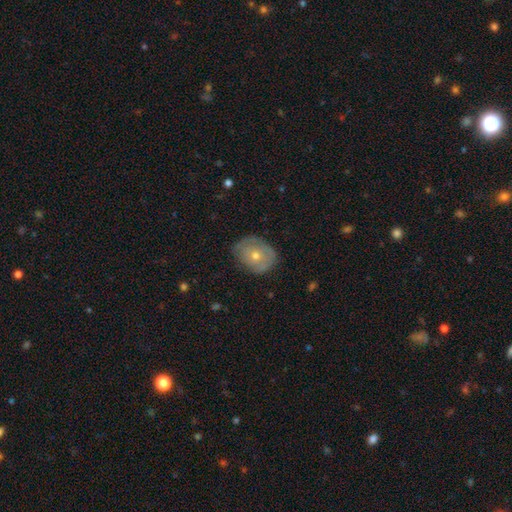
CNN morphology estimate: Smooth or featured: smooth — 48% (featured or disk — 44%)
Merging: none — 74% (minor disturbance — 20%)